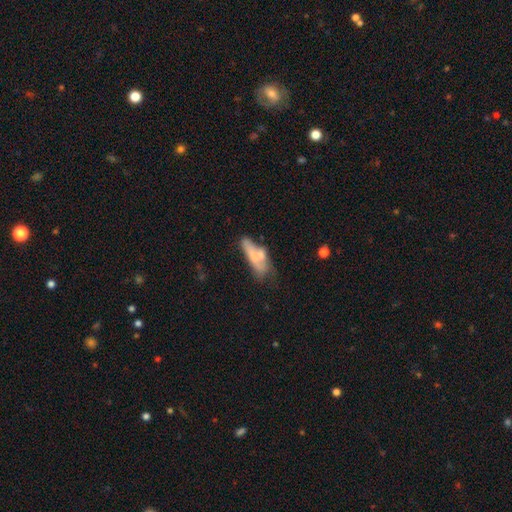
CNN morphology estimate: Smooth or featured? smooth (58%)
How rounded? cigar-shaped (49%)
Merging? merger (30%)